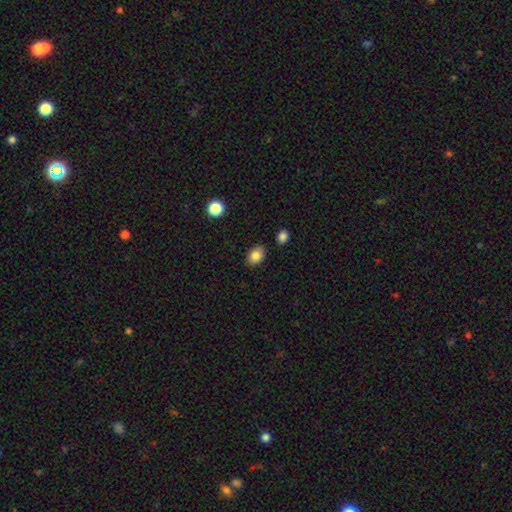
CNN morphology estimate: Q: Smooth or featured?
A: smooth (85%); runner-up: star or artifact (8%)
Q: How rounded?
A: in between (79%); runner-up: round (20%)
Q: Merging?
A: none (84%); runner-up: minor disturbance (11%)